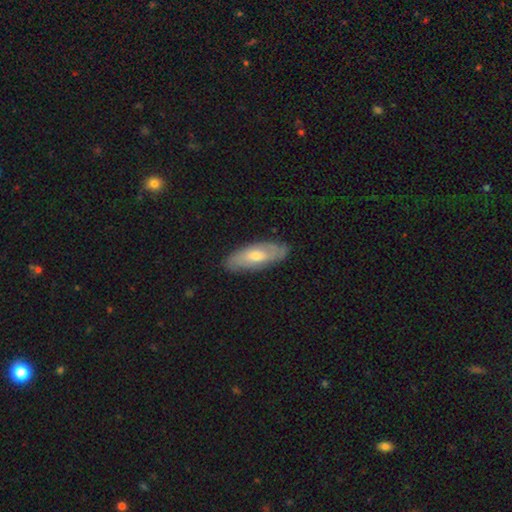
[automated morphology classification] Smooth or featured? smooth (48%)
Merging? none (83%)